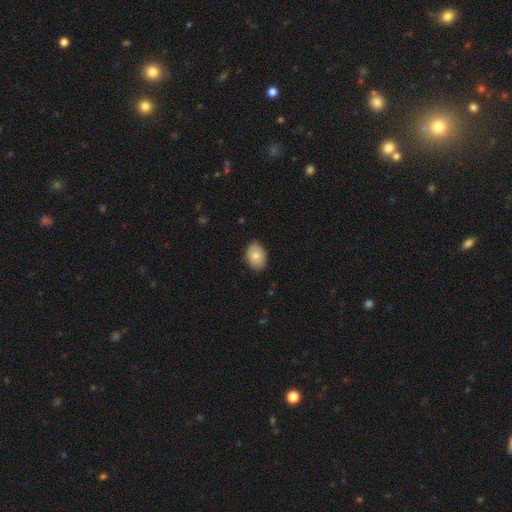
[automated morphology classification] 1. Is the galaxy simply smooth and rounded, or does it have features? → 78% smooth, 15% featured or disk, 7% star or artifact.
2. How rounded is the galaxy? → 77% in between, 23% round, 1% cigar-shaped.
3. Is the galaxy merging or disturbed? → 84% none, 13% minor disturbance, 2% major disturbance, 1% merger.